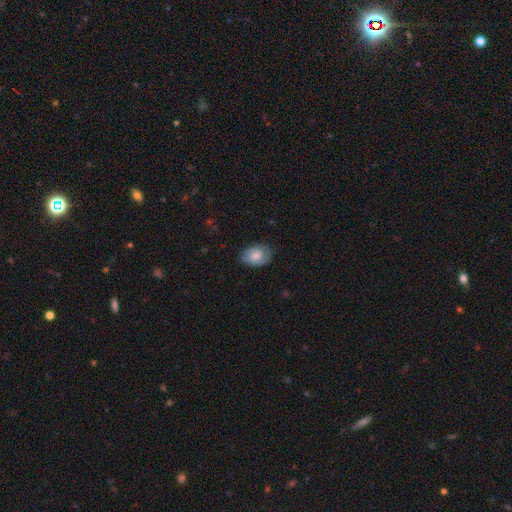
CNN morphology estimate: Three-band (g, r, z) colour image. It shows a smooth galaxy with no disk features (57%) that is in between round and cigar-shaped (76%). Merging: none (72%).